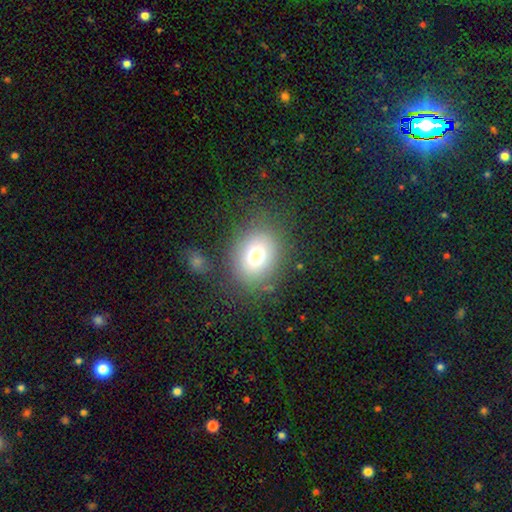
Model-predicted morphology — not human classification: type=smooth (72%); roundness=round (51%); merging=none (76%).